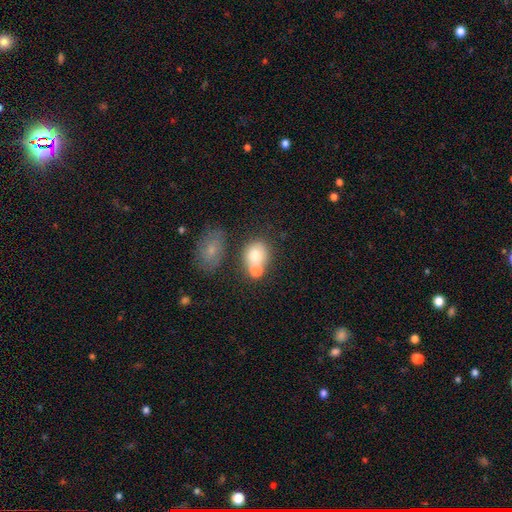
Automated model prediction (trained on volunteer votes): smooth-or-featured: smooth: 72% | featured or disk: 18% | star or artifact: 10%
  how-rounded: round: 63% | in between: 36% | cigar-shaped: 1%
  merging: merger: 43% | none: 42% | minor disturbance: 11% | major disturbance: 5%